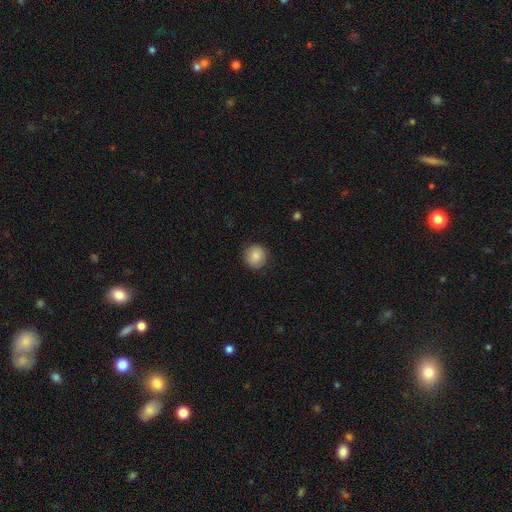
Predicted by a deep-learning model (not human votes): smooth 83%, featured or disk 9%, star or artifact 8%. Down the decision tree: how rounded — round (92%); merging — none (87%).